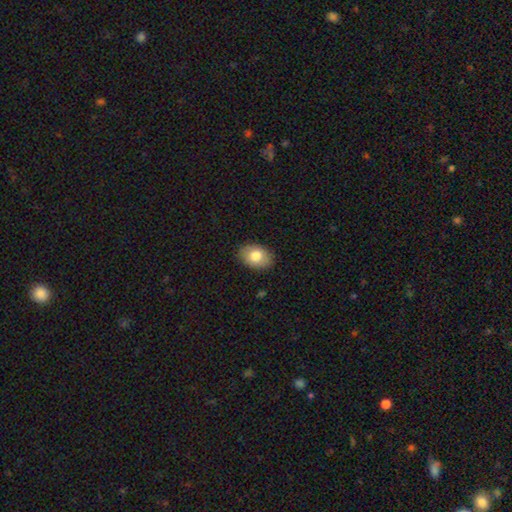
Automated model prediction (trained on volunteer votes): This is likely a smooth galaxy (79%). How rounded: likely in between (80%). Merging: clearly none (87%).